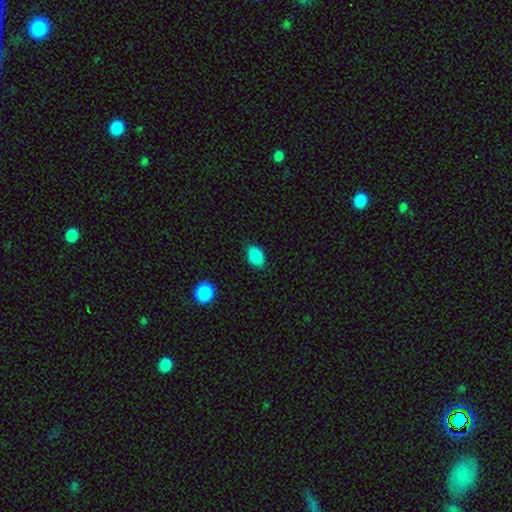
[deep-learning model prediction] smooth_or_featured: smooth (p=0.89) [alt: star or artifact p=0.08]
how_rounded: in between (p=0.82) [alt: round p=0.17]
merging: none (p=0.84) [alt: minor disturbance p=0.12]